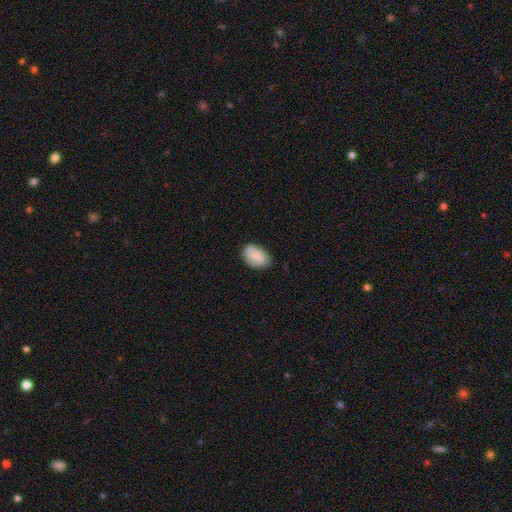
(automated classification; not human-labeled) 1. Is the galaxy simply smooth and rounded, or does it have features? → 79% smooth, 14% featured or disk, 7% star or artifact.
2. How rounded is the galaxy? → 85% in between, 13% round, 1% cigar-shaped.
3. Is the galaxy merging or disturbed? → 76% none, 20% minor disturbance, 3% major disturbance, 1% merger.